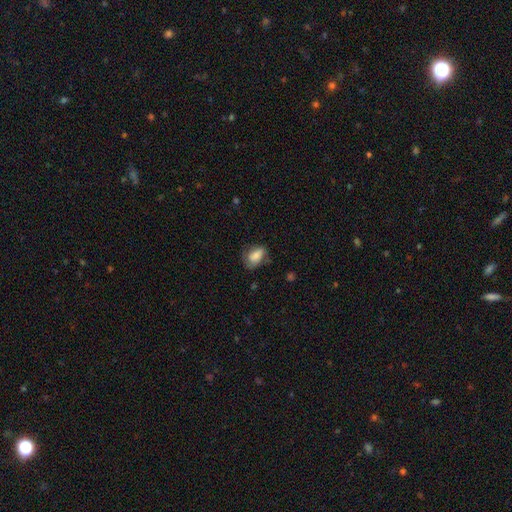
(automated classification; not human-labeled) smooth_or_featured: smooth (p=0.68) [alt: featured or disk p=0.24]
how_rounded: in between (p=0.85) [alt: round p=0.13]
merging: none (p=0.54) [alt: minor disturbance p=0.30]